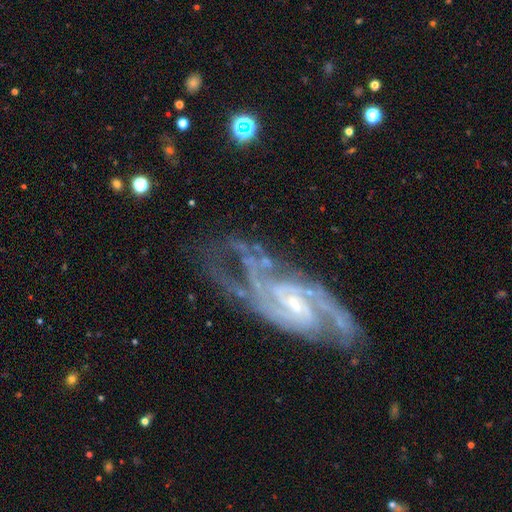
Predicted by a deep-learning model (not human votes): featured or disk 90%, star or artifact 6%, smooth 4%. Down the decision tree: edge-on disk — no (96%); bar — weak (49%); spiral arms — yes (98%); spiral arm count — 2 (57%); spiral winding — medium (49%); bulge size — small (68%); merging — none (61%).